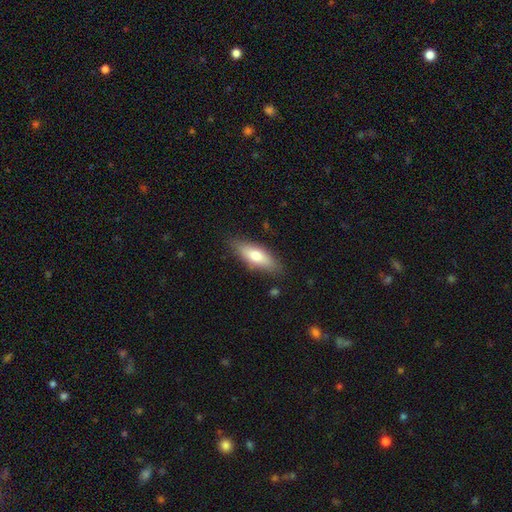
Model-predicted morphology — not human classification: smooth_or_featured: smooth (p=0.71) [alt: featured or disk p=0.23]
how_rounded: in between (p=0.58) [alt: cigar-shaped p=0.40]
merging: none (p=0.83) [alt: minor disturbance p=0.13]